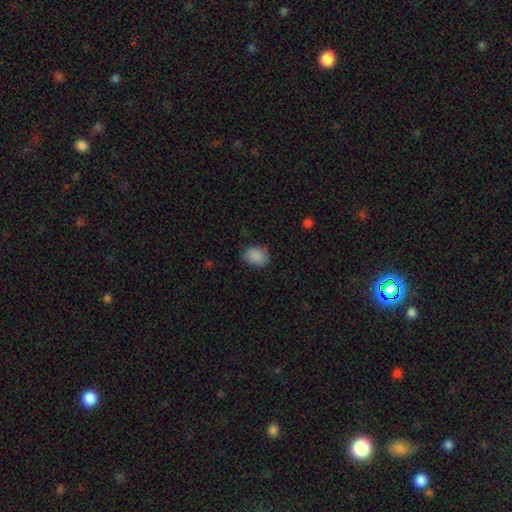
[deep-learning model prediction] Smooth or featured? smooth (87%)
How rounded? in between (56%)
Merging? none (76%)